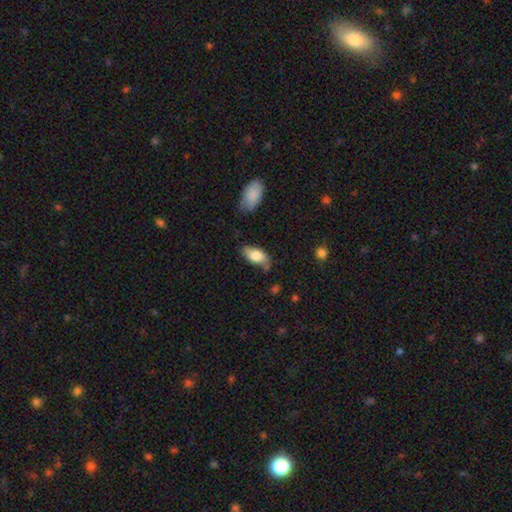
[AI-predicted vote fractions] Smooth or featured? smooth (77%)
How rounded? in between (91%)
Merging? none (67%)